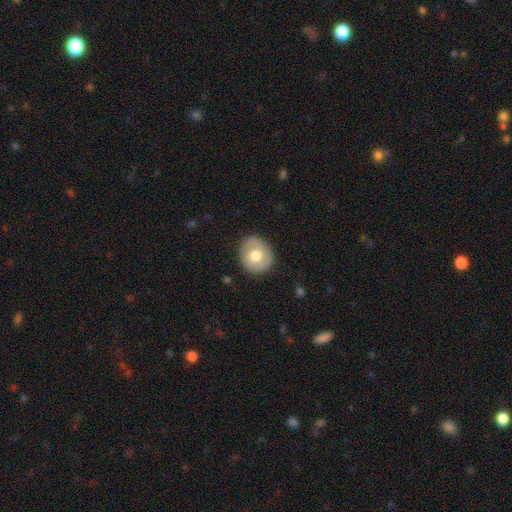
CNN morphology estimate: Smooth or featured: smooth — 62% (featured or disk — 32%)
How rounded: round — 80% (in between — 19%)
Merging: none — 85% (minor disturbance — 11%)